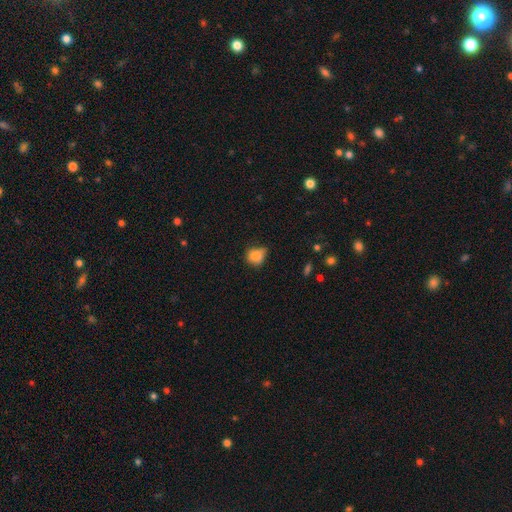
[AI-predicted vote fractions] Morphology: type=smooth (82%); roundness=round (65%); merging=none (46%).